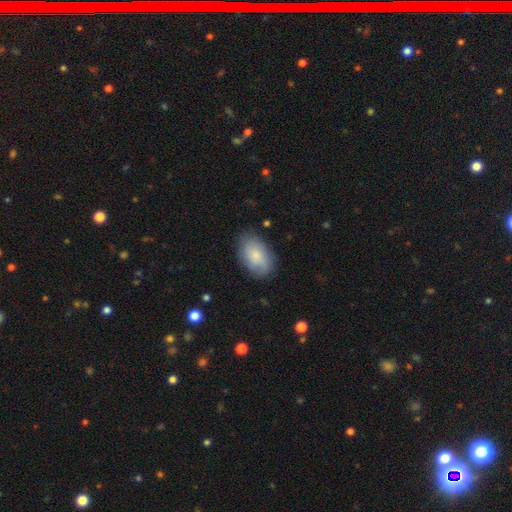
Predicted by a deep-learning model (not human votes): A smooth galaxy with no disk features (80%) that is in between round and cigar-shaped (91%).

Vote fractions:
- Smooth or featured? smooth: 80% / featured or disk: 14% / star or artifact: 6%
- How rounded? in between: 91% / round: 8% / cigar-shaped: 1%
- Merging? none: 79% / minor disturbance: 16% / major disturbance: 4% / merger: 1%